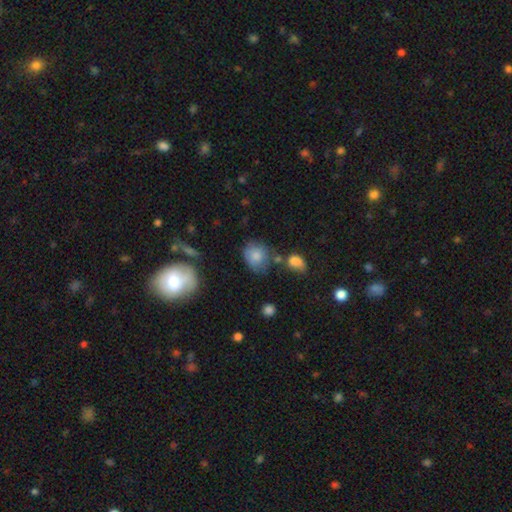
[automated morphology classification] smooth 79%, featured or disk 11%, star or artifact 9%. Down the decision tree: how rounded — round (63%); merging — none (56%).